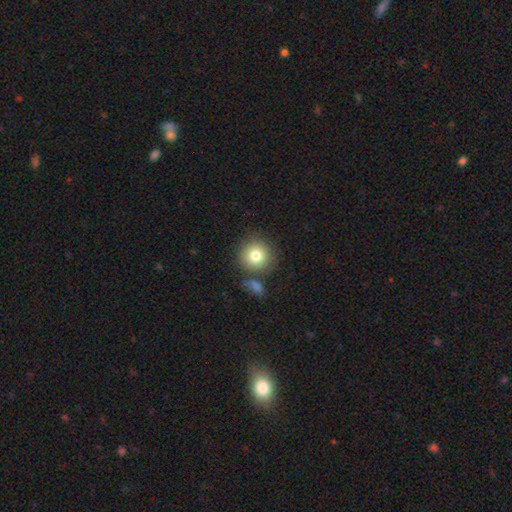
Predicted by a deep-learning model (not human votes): A smooth galaxy with no disk features (79%) that is round (93%).

Vote fractions:
- Smooth or featured? smooth: 79% / featured or disk: 11% / star or artifact: 10%
- How rounded? round: 93% / in between: 6% / cigar-shaped: 1%
- Merging? none: 76% / merger: 10% / minor disturbance: 10% / major disturbance: 4%